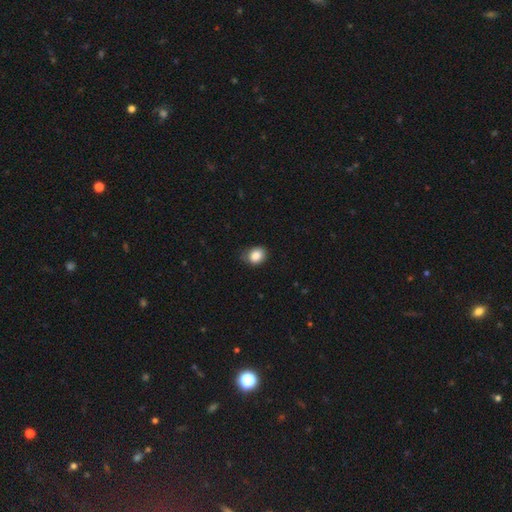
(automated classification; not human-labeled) Smooth or featured? smooth (86%)
How rounded? round (52%)
Merging? none (73%)